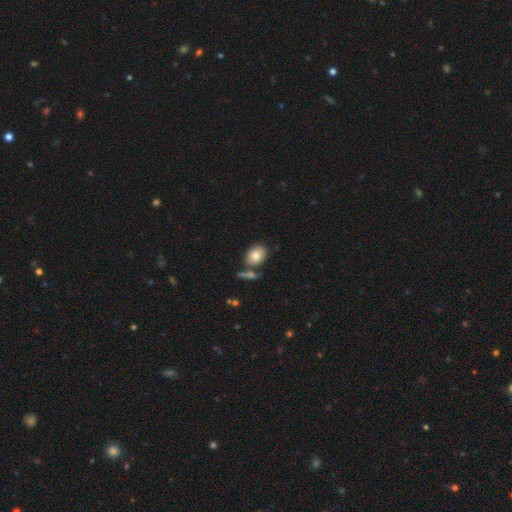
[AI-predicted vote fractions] This appears to be a smooth galaxy with no disk features (78%) that is in between round and cigar-shaped (70%). Merging: none (67%).